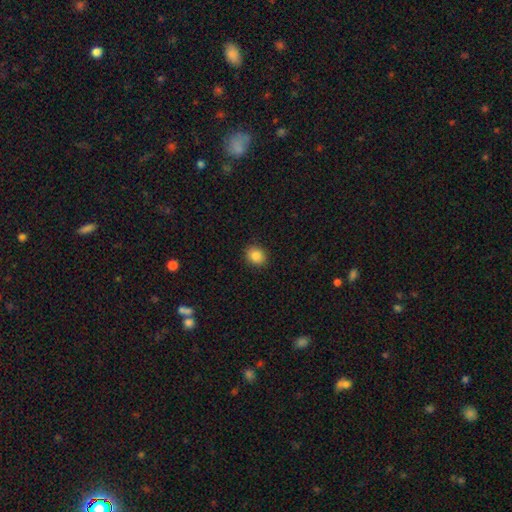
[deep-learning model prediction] smooth 86%, star or artifact 10%, featured or disk 5%. Down the decision tree: how rounded — round (65%); merging — none (90%).